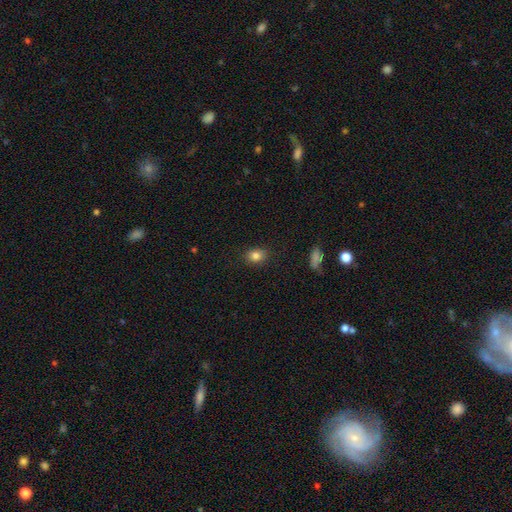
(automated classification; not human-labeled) Smooth or featured? smooth (83%)
How rounded? round (50%)
Merging? none (86%)